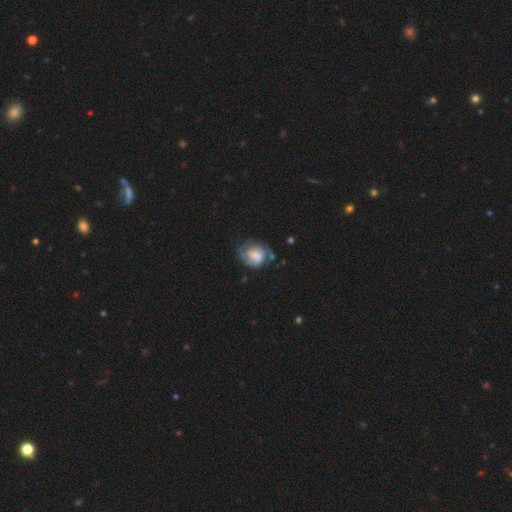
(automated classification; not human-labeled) This appears to be a featured or disk galaxy (57%) with no bar (53%), spiral arms (80%) and a large central bulge (29%). Merging: none (53%).